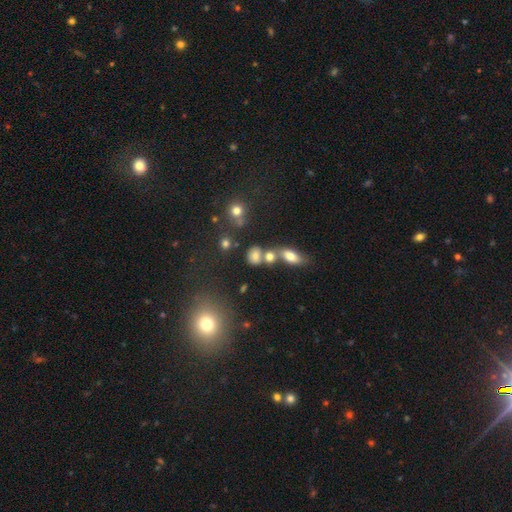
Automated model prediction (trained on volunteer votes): This is likely a smooth galaxy (68%). How rounded: possibly in between (50%). Merging: possibly none (48%).